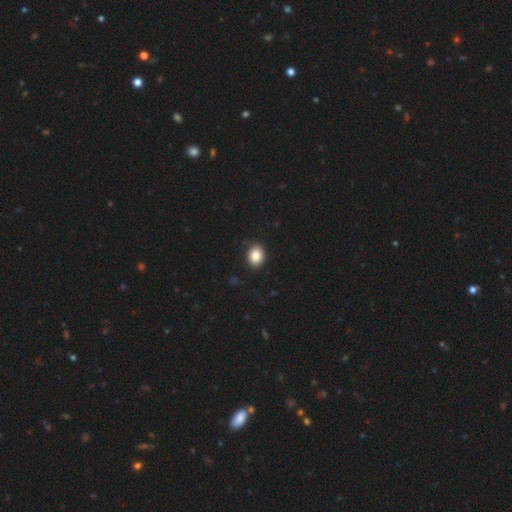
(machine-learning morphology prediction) smooth 85%, star or artifact 9%, featured or disk 6%. Down the decision tree: how rounded — round (51%); merging — none (88%).